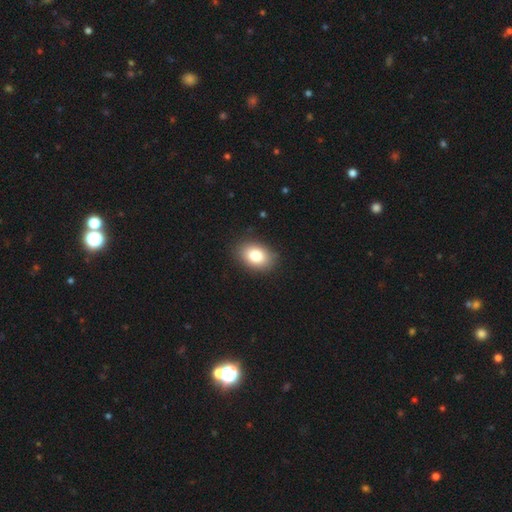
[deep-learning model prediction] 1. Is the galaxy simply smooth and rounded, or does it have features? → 82% smooth, 10% featured or disk, 8% star or artifact.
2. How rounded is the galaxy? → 80% in between, 19% round, 1% cigar-shaped.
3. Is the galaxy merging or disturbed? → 88% none, 9% minor disturbance, 2% major disturbance, 1% merger.